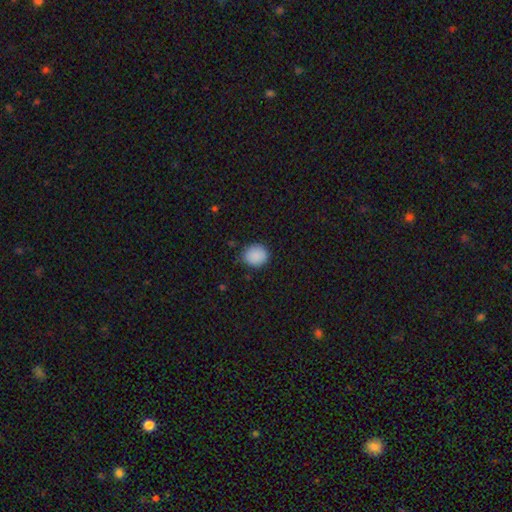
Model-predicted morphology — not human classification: This appears to be a smooth galaxy with no disk features (89%) that is round (76%). Merging: none (83%).